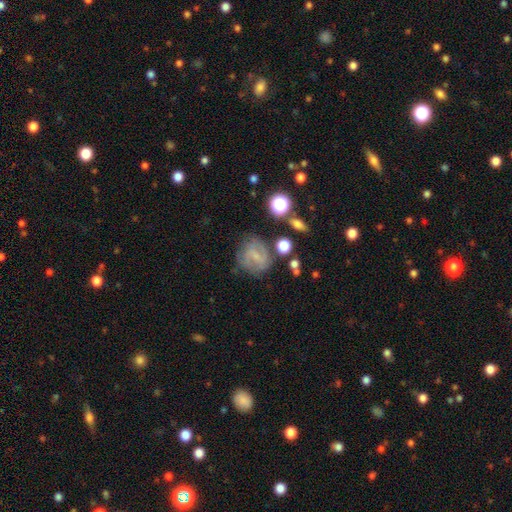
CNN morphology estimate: type=featured or disk (51%); edge-on=no (96%); merging=none (63%).